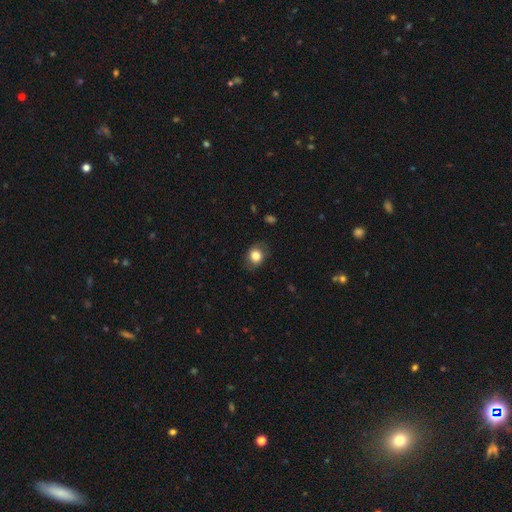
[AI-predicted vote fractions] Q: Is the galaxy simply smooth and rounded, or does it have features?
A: smooth — 82%.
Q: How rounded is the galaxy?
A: round — 62%.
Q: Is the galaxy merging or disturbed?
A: none — 79%.